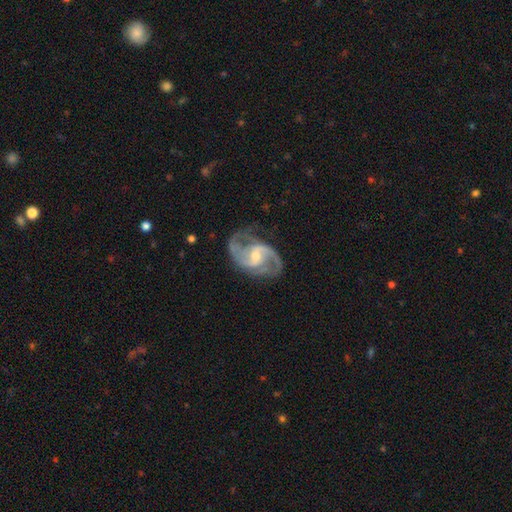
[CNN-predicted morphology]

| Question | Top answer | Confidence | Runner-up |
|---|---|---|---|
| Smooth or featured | featured or disk | 92% | star or artifact (4%) |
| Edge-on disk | no | 98% | yes (2%) |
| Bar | weak | 49% | no (32%) |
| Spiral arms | yes | 98% | no (2%) |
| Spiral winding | medium | 57% | loose (29%) |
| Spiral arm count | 2 | 87% | 3 (5%) |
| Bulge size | moderate | 50% | small (46%) |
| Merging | none | 72% | minor disturbance (18%) |